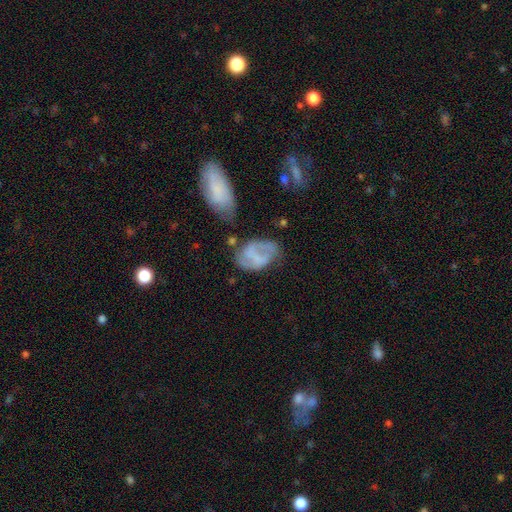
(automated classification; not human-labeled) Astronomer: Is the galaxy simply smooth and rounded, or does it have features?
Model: featured or disk — 57% (runner-up: smooth, 34%).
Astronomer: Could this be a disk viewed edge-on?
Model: no — 96%.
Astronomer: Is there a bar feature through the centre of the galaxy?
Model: no — 40%, tied with weak at 40%.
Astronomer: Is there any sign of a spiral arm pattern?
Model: yes — 66%.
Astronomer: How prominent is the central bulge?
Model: none — 60%.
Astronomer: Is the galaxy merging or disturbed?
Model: none — 46% (runner-up: minor disturbance, 26%).